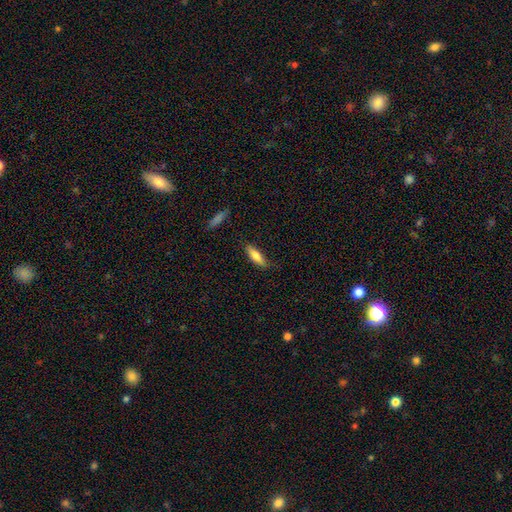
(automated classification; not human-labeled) Morphology: type=smooth (76%); roundness=cigar-shaped (55%); merging=none (76%).